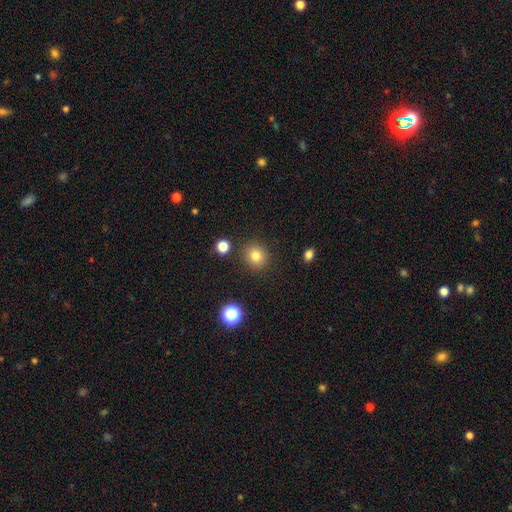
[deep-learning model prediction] Morphology: type=smooth (81%); roundness=round (86%); merging=none (88%).